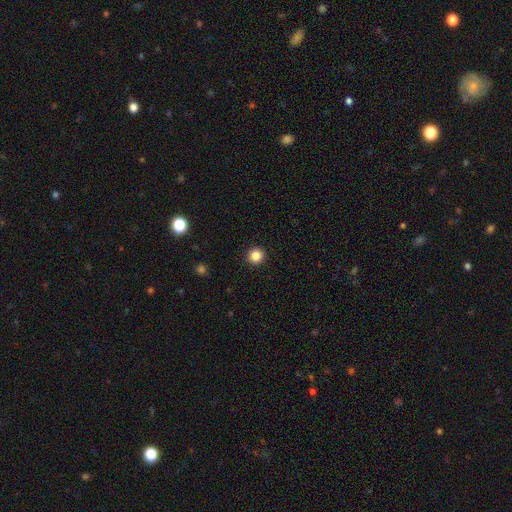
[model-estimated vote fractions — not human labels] Smooth or featured?
  - smooth: 85% *
  - star or artifact: 11%
  - featured or disk: 4%
How rounded?
  - round: 94% *
  - in between: 5%
  - cigar-shaped: 1%
Merging?
  - none: 93% *
  - minor disturbance: 4%
  - major disturbance: 2%
  - merger: 1%